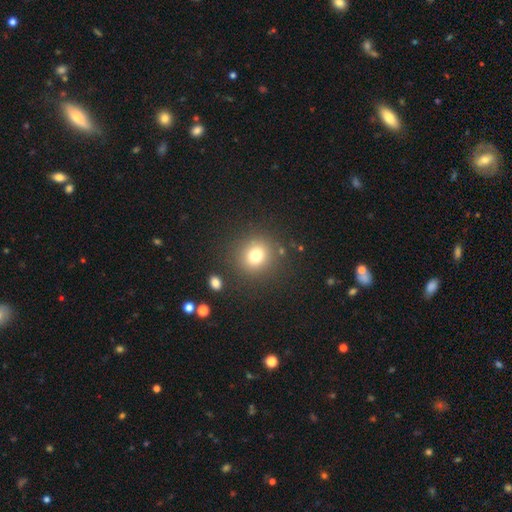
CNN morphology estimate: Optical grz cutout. It shows a smooth galaxy with no disk features (75%) that is round (88%). Merging: none (86%).